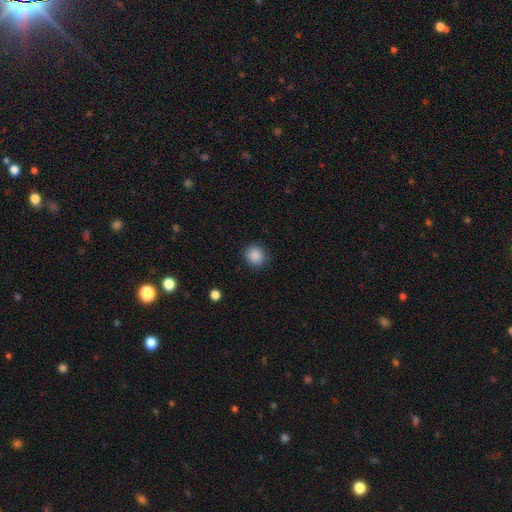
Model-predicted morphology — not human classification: Smooth or featured? Predicted: smooth (p=0.88). How rounded? Predicted: round (p=0.88). Merging? Predicted: none (p=0.88).